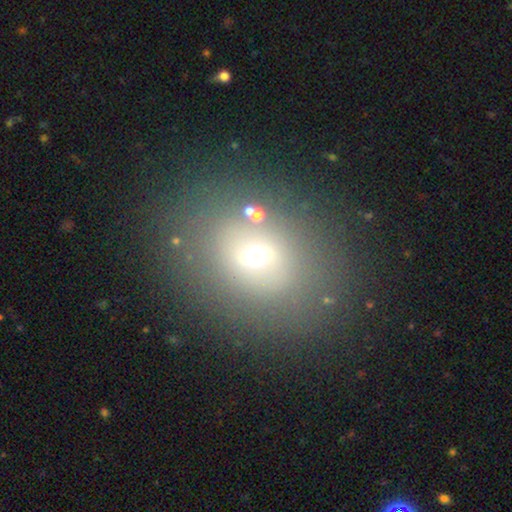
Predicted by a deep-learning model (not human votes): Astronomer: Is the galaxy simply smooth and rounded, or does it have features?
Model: smooth — 54%.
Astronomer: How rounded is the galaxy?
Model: in between — 54% (runner-up: round, 44%).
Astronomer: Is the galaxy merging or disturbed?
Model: none — 77%.